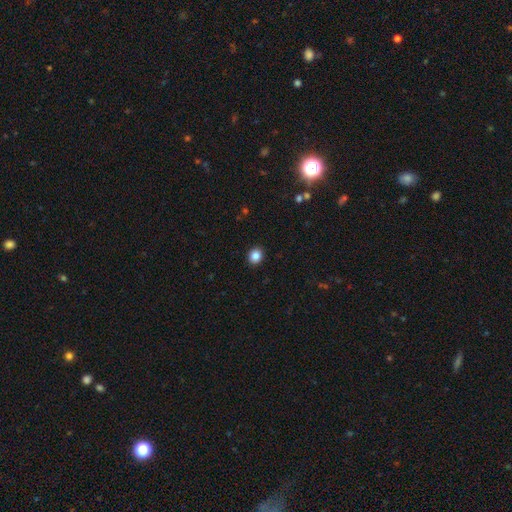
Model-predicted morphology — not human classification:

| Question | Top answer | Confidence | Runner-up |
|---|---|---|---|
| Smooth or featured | smooth | 85% | star or artifact (10%) |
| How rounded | round | 70% | in between (29%) |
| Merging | none | 92% | minor disturbance (5%) |